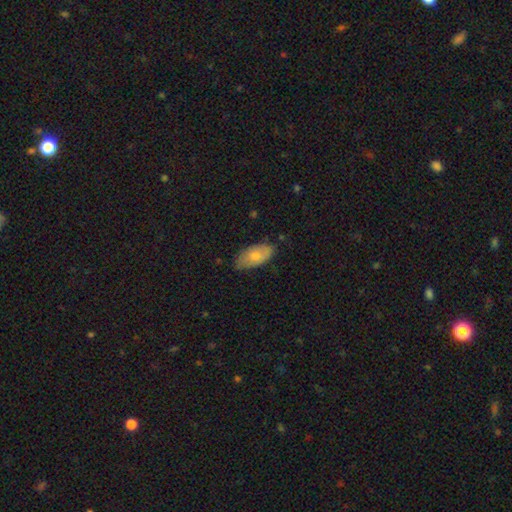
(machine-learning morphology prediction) smooth-or-featured: smooth: 65% | featured or disk: 28% | star or artifact: 7%
  how-rounded: in between: 92% | cigar-shaped: 5% | round: 3%
  merging: none: 72% | minor disturbance: 23% | major disturbance: 3% | merger: 1%